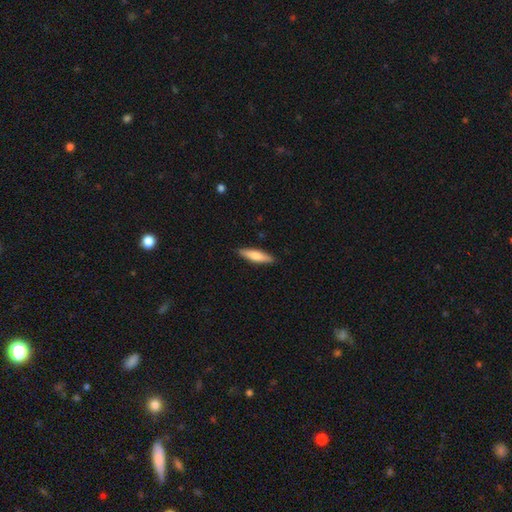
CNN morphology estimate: Smooth or featured? Predicted: smooth (p=0.68). How rounded? Predicted: cigar-shaped (p=0.74). Merging? Predicted: none (p=0.89).